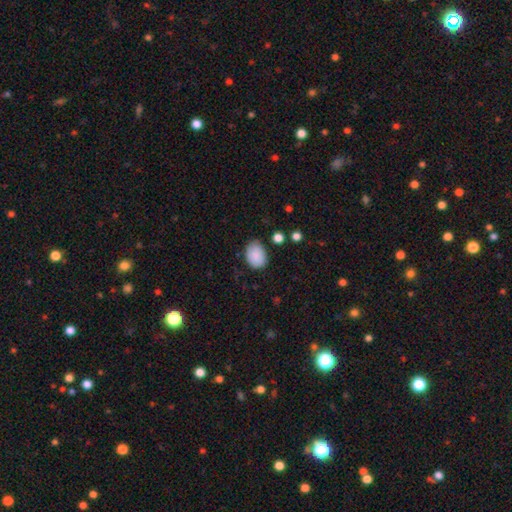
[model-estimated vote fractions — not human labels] smooth-or-featured: smooth: 89% | star or artifact: 7% | featured or disk: 4%
  how-rounded: in between: 75% | round: 24% | cigar-shaped: 1%
  merging: none: 75% | minor disturbance: 19% | major disturbance: 4% | merger: 2%